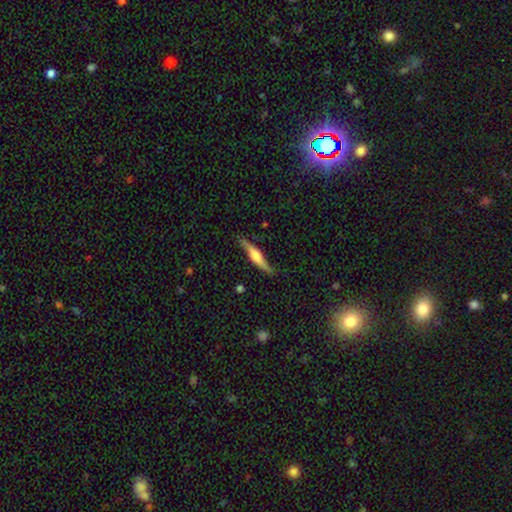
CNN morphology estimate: This is likely a featured or disk galaxy (63%). It is clearly viewed edge-on (93%). Edge-on bulge: clearly rounded (85%). Merging: clearly none (82%).